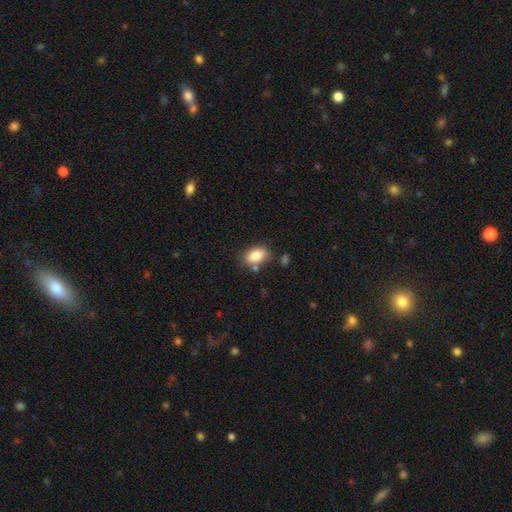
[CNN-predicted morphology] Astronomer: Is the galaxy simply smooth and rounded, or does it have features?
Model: smooth — 86%.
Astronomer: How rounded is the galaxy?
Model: in between — 87%.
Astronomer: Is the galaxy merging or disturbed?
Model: none — 72%.